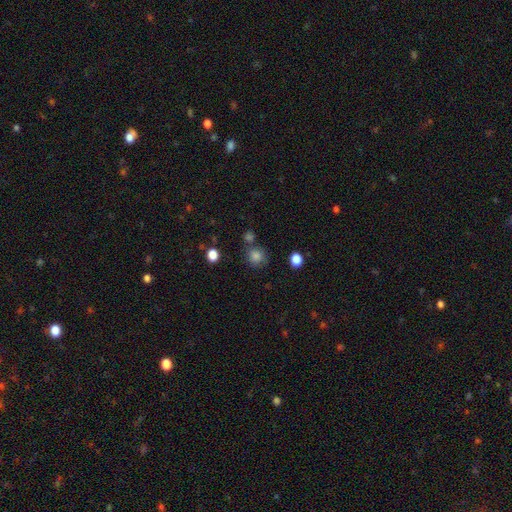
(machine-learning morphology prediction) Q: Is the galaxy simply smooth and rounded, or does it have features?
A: smooth — 82%.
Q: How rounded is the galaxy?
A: round — 88%.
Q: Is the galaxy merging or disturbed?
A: none — 72%.